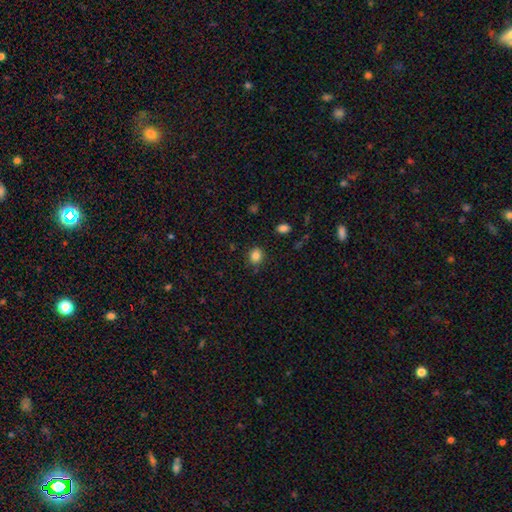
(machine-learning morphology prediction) Overall: smooth (85%). How rounded: round (65%; in between 34%). Merging: none (84%).